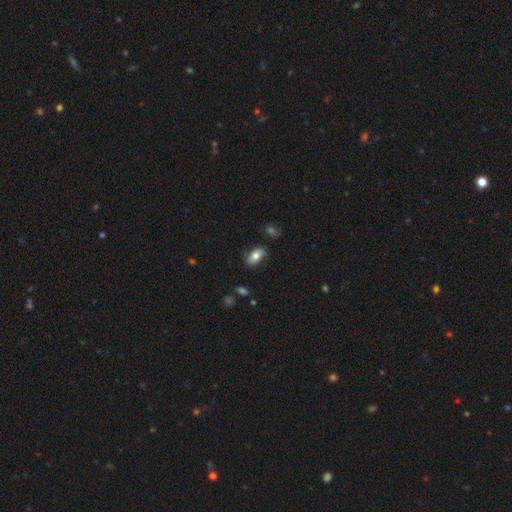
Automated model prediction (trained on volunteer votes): Smooth or featured? Predicted: smooth (p=0.71). How rounded? Predicted: in between (p=0.91). Merging? Predicted: none (p=0.77).